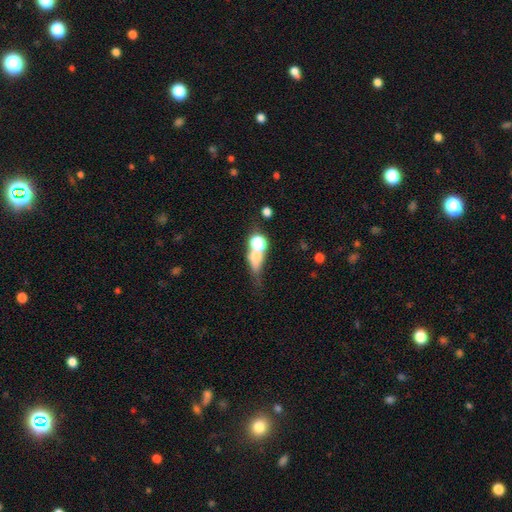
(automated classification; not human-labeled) A smooth galaxy with no disk features (61%) that is in between round and cigar-shaped (45%). Merging: none (37%).